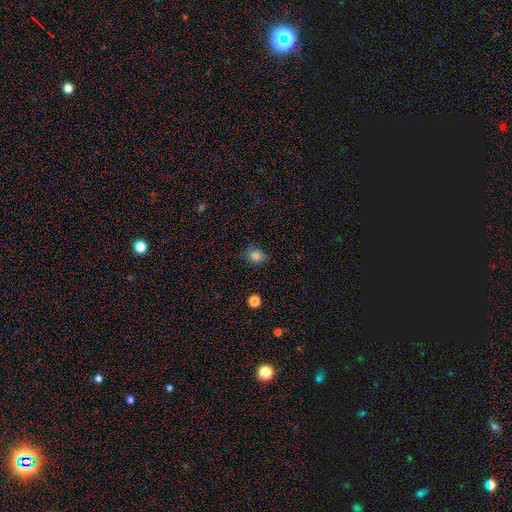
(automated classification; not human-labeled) A smooth galaxy with no disk features (82%) that is round (57%). Merging: none (76%).